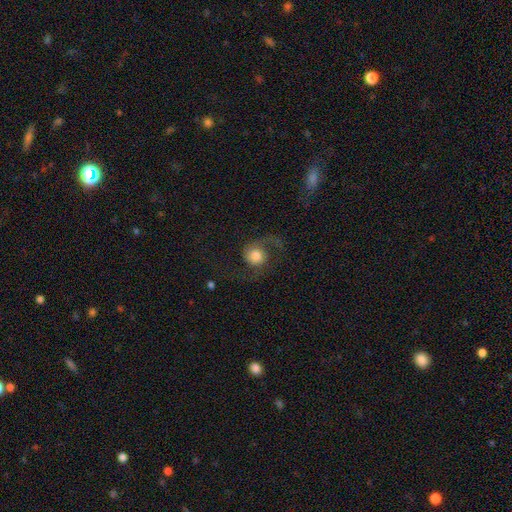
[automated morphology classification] Smooth or featured? featured or disk (54%)
Edge-on disk? no (97%)
Bar? no (76%)
Spiral arms? yes (91%)
Bulge size? moderate (37%, tied with large)
Merging? none (52%)